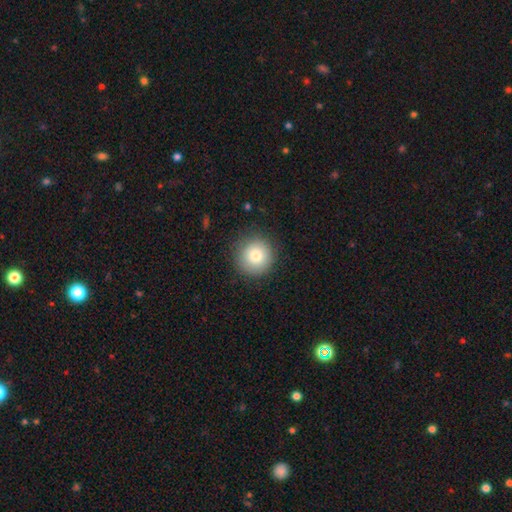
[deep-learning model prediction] smooth 80%, featured or disk 10%, star or artifact 10%. Down the decision tree: how rounded — round (95%); merging — none (88%).